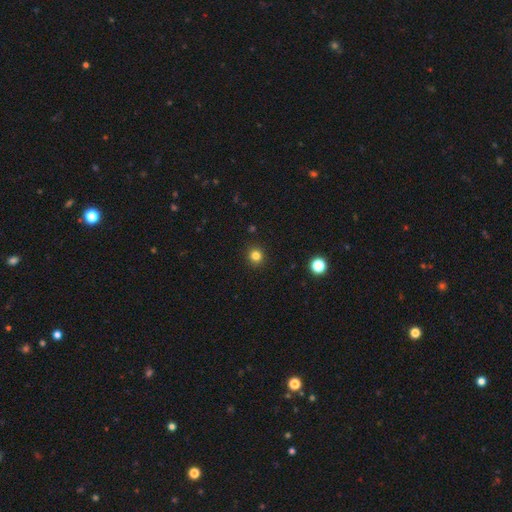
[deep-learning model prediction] Morphology: type=smooth (82%); roundness=round (92%); merging=none (92%).